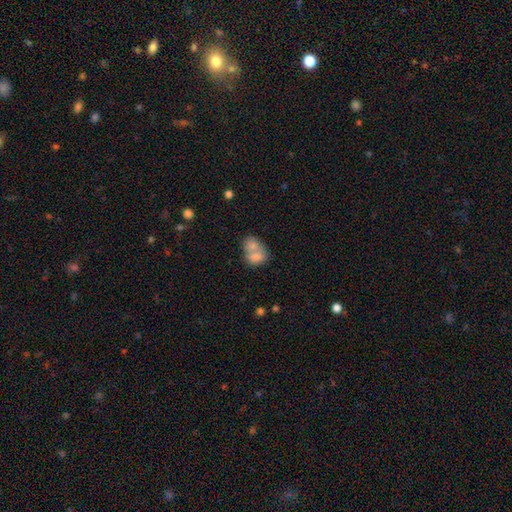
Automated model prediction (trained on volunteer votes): Smooth or featured? smooth (74%)
How rounded? in between (67%)
Merging? merger (68%)